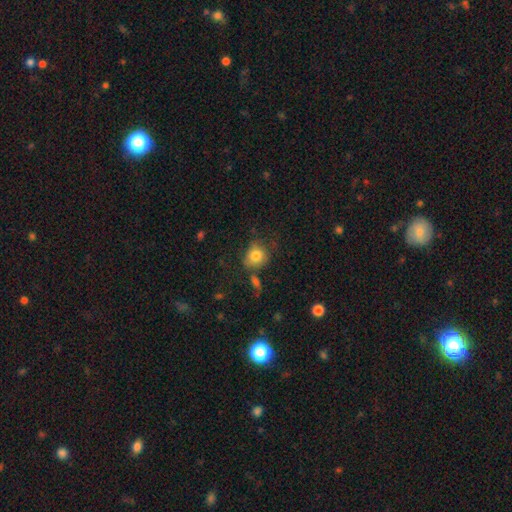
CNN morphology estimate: Smooth or featured: smooth — 80% (featured or disk — 11%)
How rounded: round — 71% (in between — 28%)
Merging: none — 58% (minor disturbance — 23%)